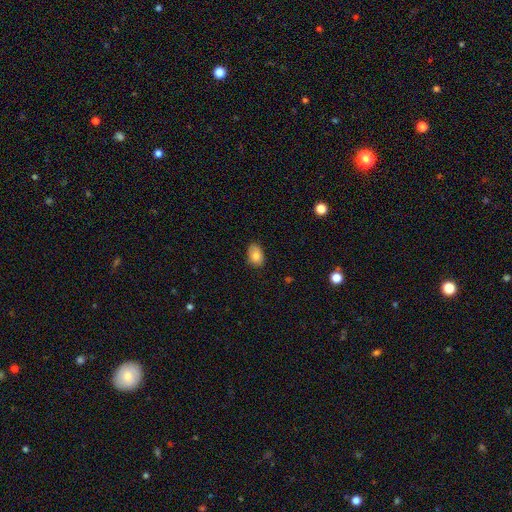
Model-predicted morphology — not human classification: Smooth or featured? smooth (82%)
How rounded? in between (78%)
Merging? none (71%)